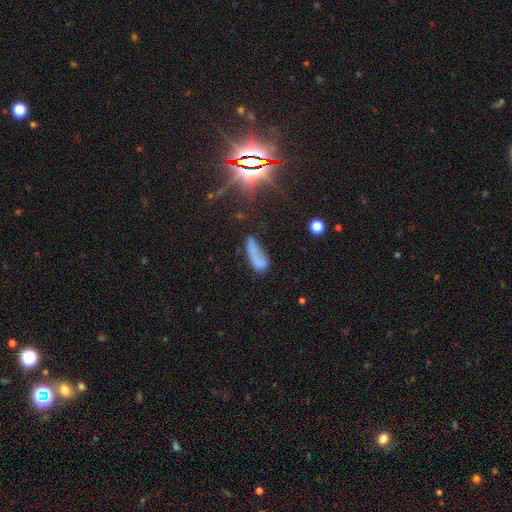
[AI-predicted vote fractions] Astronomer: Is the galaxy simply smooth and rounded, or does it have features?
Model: smooth — 57%.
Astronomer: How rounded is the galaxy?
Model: in between — 49% (runner-up: cigar-shaped, 47%).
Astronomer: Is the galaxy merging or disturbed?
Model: none — 41% (runner-up: minor disturbance, 25%).